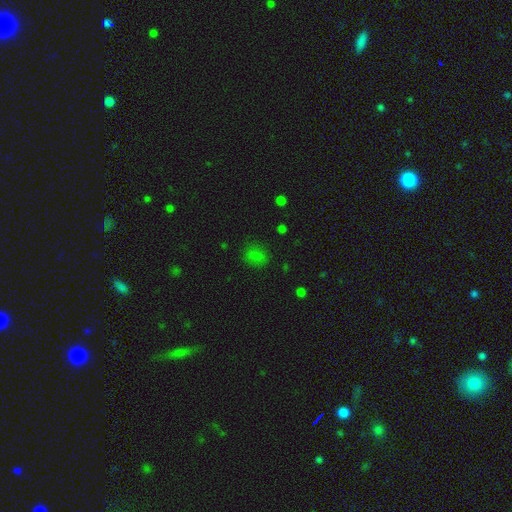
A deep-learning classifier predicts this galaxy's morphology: smooth-or-featured: smooth: 72% | star or artifact: 20% | featured or disk: 7%
  how-rounded: in between: 53% | round: 45% | cigar-shaped: 2%
  merging: none: 77% | minor disturbance: 16% | major disturbance: 6% | merger: 2%